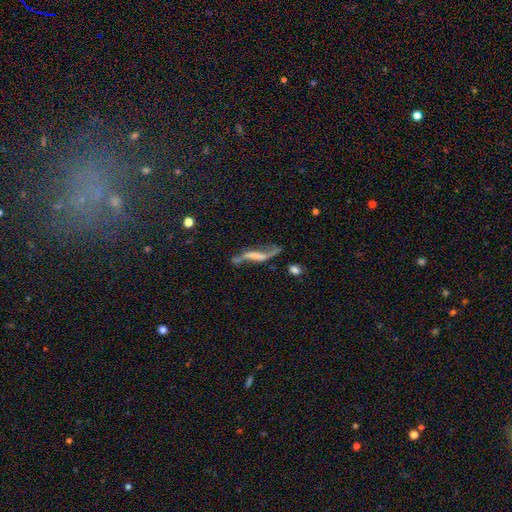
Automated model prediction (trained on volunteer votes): This appears to be a featured or disk galaxy (77%) with no bar (35%, tied with weak), spiral arms (86%) and no central bulge (43%). Merging: none (49%).